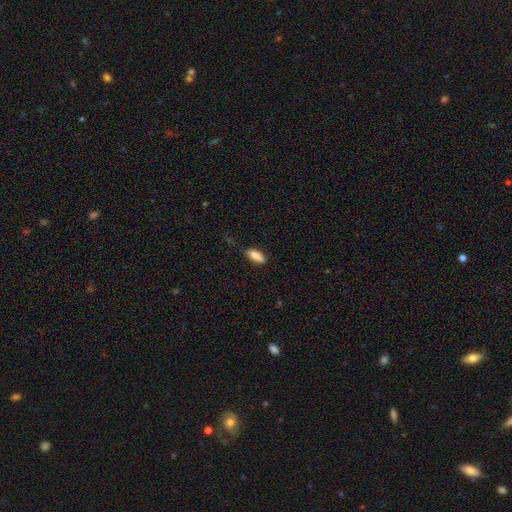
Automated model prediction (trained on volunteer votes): Q: Smooth or featured?
A: smooth (83%); runner-up: featured or disk (10%)
Q: How rounded?
A: in between (67%); runner-up: cigar-shaped (31%)
Q: Merging?
A: none (80%); runner-up: minor disturbance (16%)